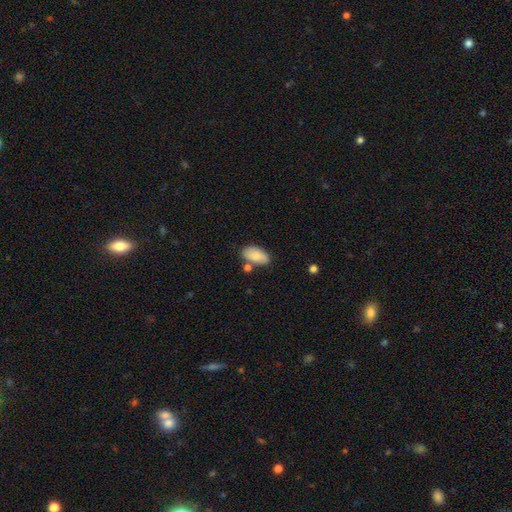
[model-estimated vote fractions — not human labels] This is clearly a smooth galaxy (83%). How rounded: clearly in between (94%). Merging: likely none (71%).